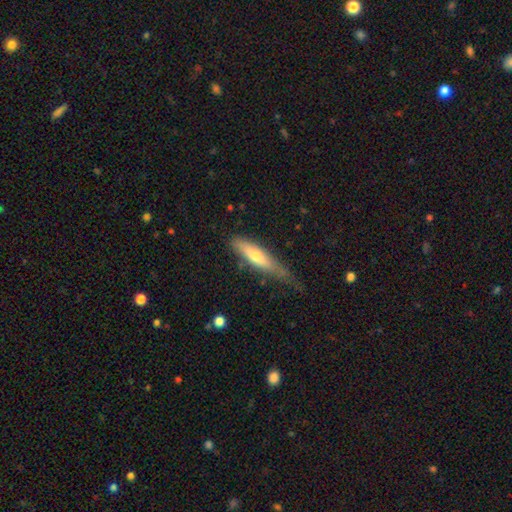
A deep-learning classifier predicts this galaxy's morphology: This appears to be a smooth galaxy with no disk features (57%) that is cigar-shaped (77%). Merging: none (48%).